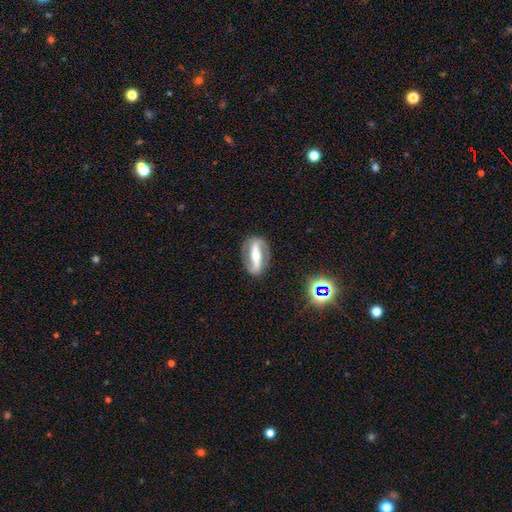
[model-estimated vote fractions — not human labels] Smooth or featured? Predicted: featured or disk (p=0.81). Edge-on disk? Predicted: no (p=0.78). Bar? Predicted: strong (p=0.78). Spiral arms? Predicted: yes (p=0.74). Bulge size? Predicted: moderate (p=0.61). Merging? Predicted: none (p=0.83).